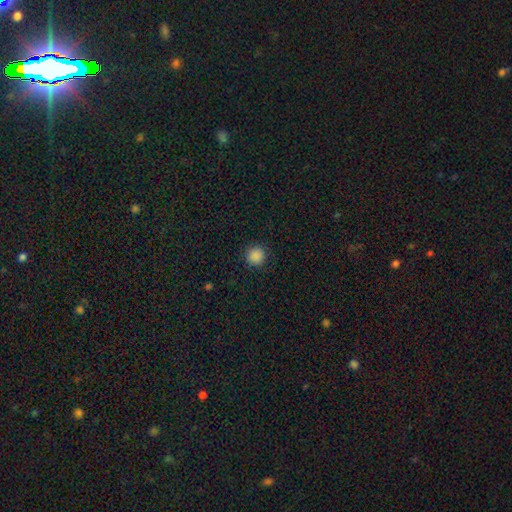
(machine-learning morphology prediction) This appears to be a smooth galaxy with no disk features (87%) that is round (94%). Merging: none (91%).